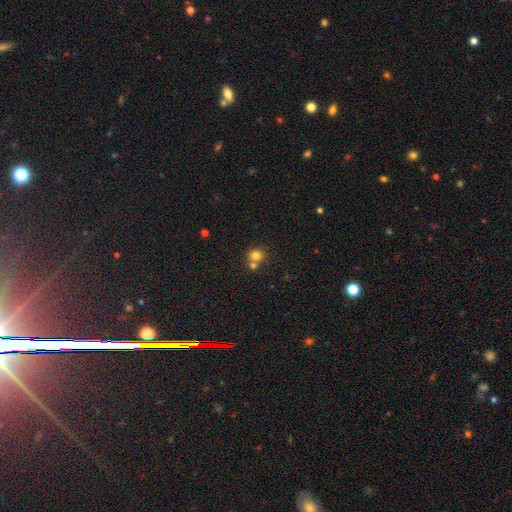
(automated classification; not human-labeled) smooth 78%, star or artifact 13%, featured or disk 9%. Down the decision tree: how rounded — round (84%); merging — none (52%).